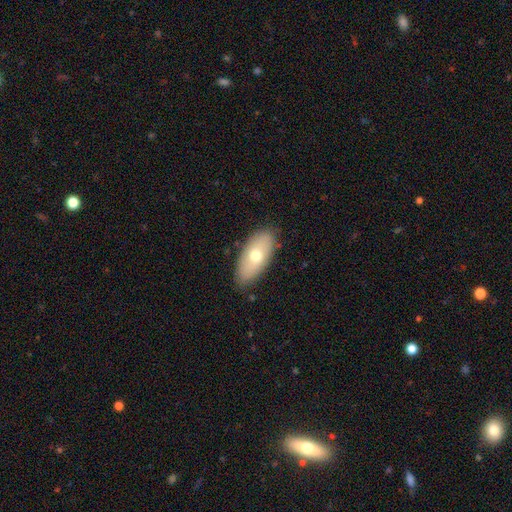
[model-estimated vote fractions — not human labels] This is likely a smooth galaxy (67%). How rounded: clearly in between (88%). Merging: clearly none (83%).